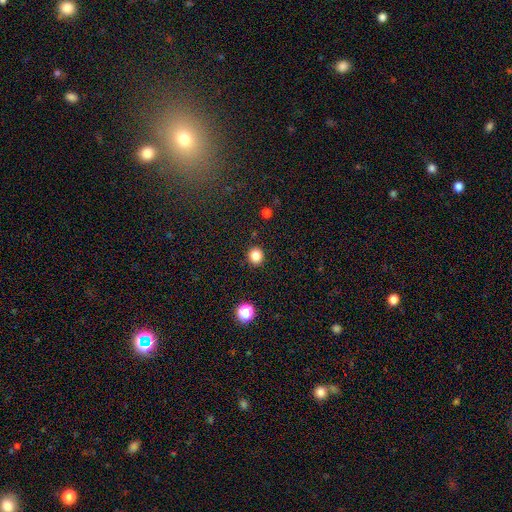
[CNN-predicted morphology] Smooth or featured? smooth (84%)
How rounded? round (89%)
Merging? none (91%)